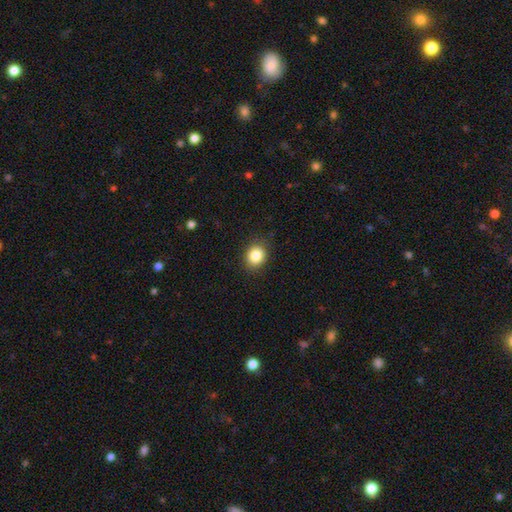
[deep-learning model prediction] A smooth galaxy with no disk features (85%) that is round (67%). Merging: none (87%).